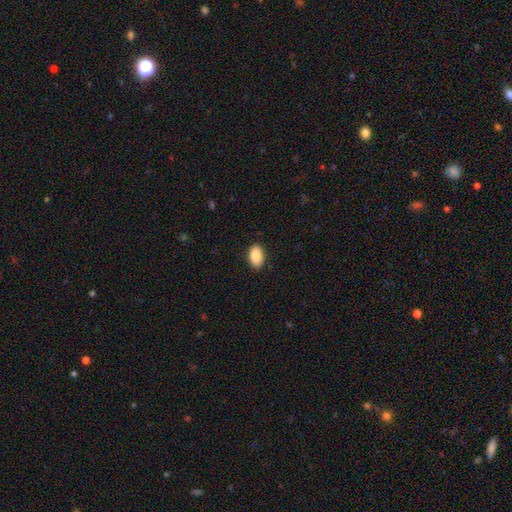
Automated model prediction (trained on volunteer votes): Overall: smooth (89%). How rounded: in between (93%). Merging: none (89%).